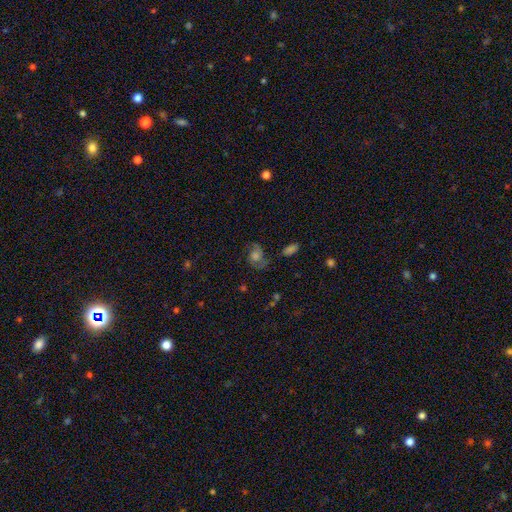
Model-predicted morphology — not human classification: smooth-or-featured: featured or disk: 64% | smooth: 21% | star or artifact: 14%
  disk-edge-on: no: 96% | yes: 4%
    bar: no: 68% | weak: 27% | strong: 5%
    has-spiral-arms: yes: 91% | no: 9%
      spiral-winding: medium: 50% | loose: 29% | tight: 21%
      spiral-arm-count: 2: 84% | can't tell: 7% | 1: 5% | 3: 2% | 4: 1% | more than 4: 1%
    bulge-size: moderate: 38% | large: 29% | small: 18% | none: 10% | dominant: 5%
  merging: none: 64% | minor disturbance: 19% | major disturbance: 13% | merger: 4%